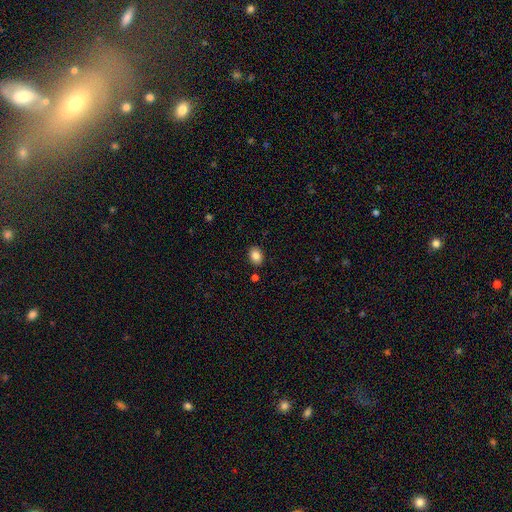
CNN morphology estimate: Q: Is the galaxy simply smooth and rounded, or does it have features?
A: smooth — 86%.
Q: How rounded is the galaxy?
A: in between — 70%.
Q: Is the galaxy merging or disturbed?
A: none — 87%.